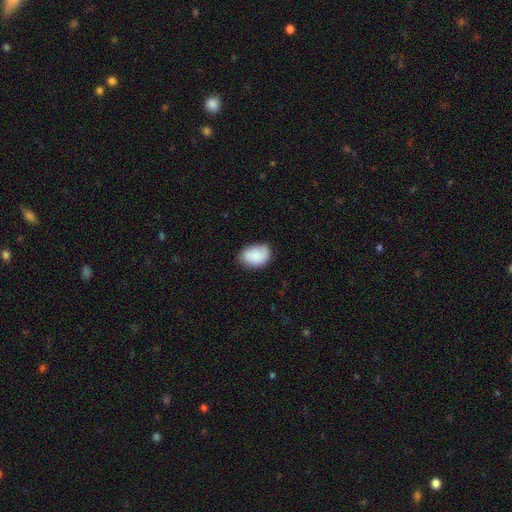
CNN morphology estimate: Smooth or featured: smooth — 84% (featured or disk — 9%)
How rounded: in between — 80% (round — 19%)
Merging: none — 68% (minor disturbance — 25%)